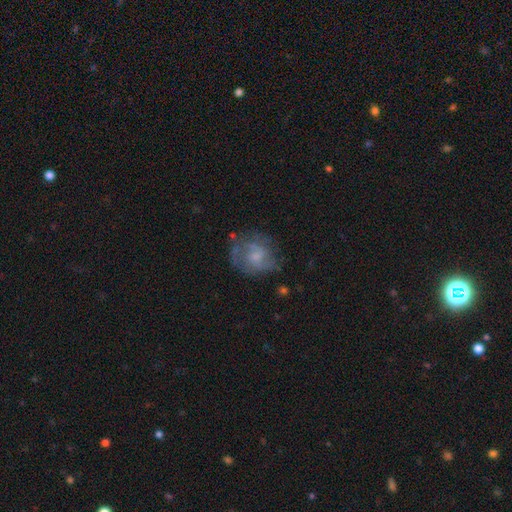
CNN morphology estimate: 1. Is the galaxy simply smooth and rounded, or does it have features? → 55% featured or disk, 36% smooth, 9% star or artifact.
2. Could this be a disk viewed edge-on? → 98% no, 2% yes.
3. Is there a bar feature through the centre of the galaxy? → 68% no, 28% weak, 4% strong.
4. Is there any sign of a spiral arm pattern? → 62% yes, 38% no.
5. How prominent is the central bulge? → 38% small, 35% moderate, 21% none, 5% large, 1% dominant.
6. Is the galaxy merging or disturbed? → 55% none, 24% minor disturbance, 19% major disturbance, 3% merger.